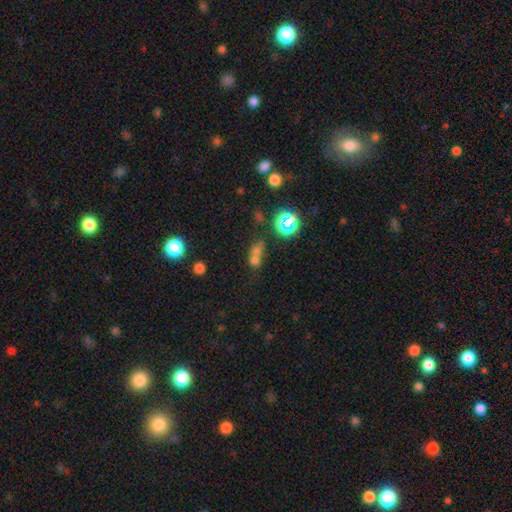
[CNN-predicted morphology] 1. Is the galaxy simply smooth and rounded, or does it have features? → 58% smooth, 27% star or artifact, 15% featured or disk.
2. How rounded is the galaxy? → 65% round, 32% in between, 3% cigar-shaped.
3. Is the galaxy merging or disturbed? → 57% merger, 31% none, 7% minor disturbance, 5% major disturbance.